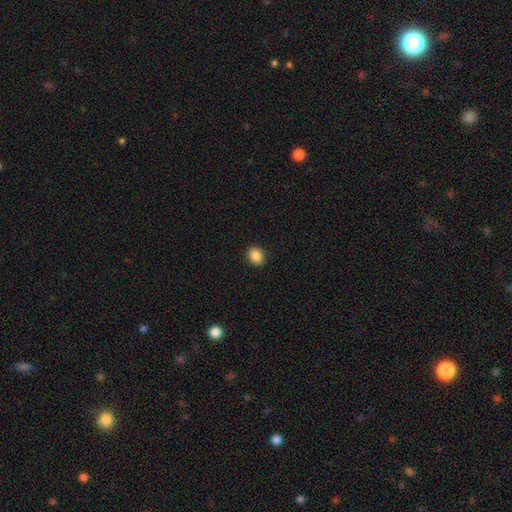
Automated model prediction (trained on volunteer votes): This is clearly a smooth galaxy (86%). How rounded: likely round (63%). Merging: clearly none (91%).